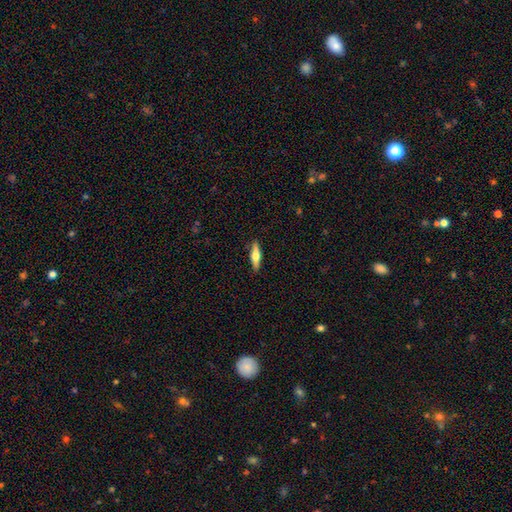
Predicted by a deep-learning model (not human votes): Morphology: type=featured or disk (52%); edge-on=yes (95%); merging=none (90%).